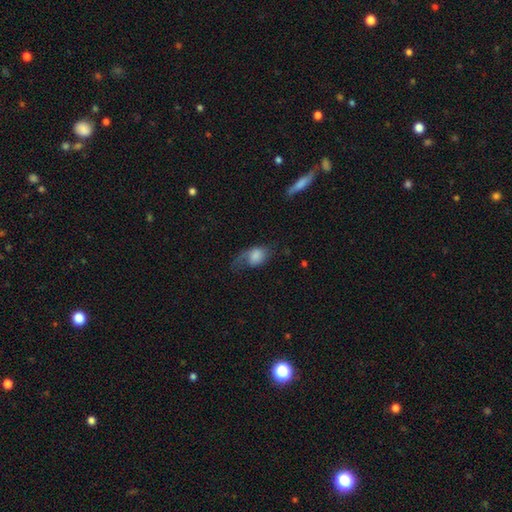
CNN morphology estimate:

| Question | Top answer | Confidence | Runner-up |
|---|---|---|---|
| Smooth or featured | smooth | 66% | featured or disk (25%) |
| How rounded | in between | 78% | round (20%) |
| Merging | major disturbance | 38% | none (30%) |